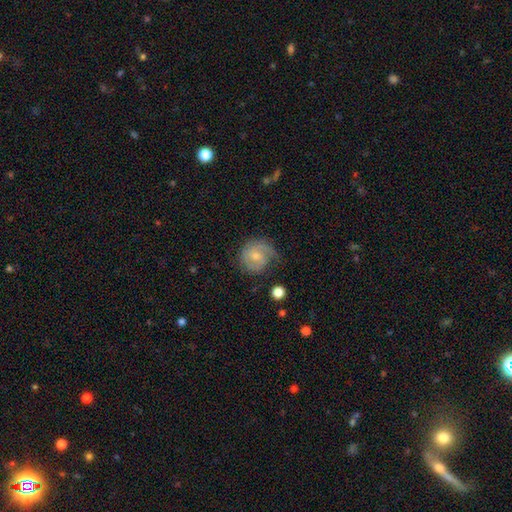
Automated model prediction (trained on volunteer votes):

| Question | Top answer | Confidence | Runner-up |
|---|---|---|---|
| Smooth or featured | featured or disk | 64% | smooth (30%) |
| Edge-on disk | no | 98% | yes (2%) |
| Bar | no | 58% | weak (36%) |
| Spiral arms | yes | 90% | no (10%) |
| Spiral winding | tight | 49% | medium (36%) |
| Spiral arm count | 2 | 43% | 1 (32%) |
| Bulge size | small | 47% | moderate (45%) |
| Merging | none | 60% | minor disturbance (24%) |